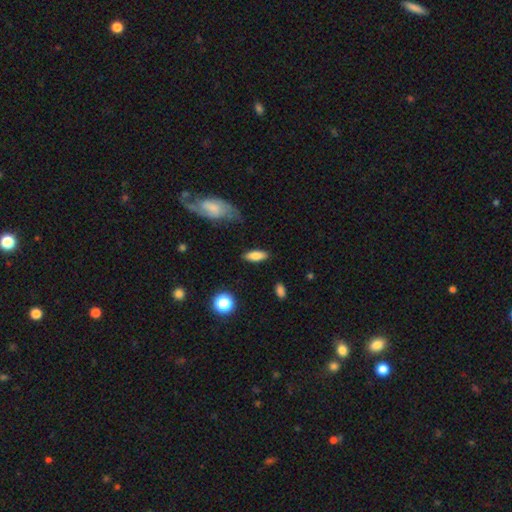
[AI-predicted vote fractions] Smooth or featured? smooth (81%)
How rounded? in between (73%)
Merging? none (83%)